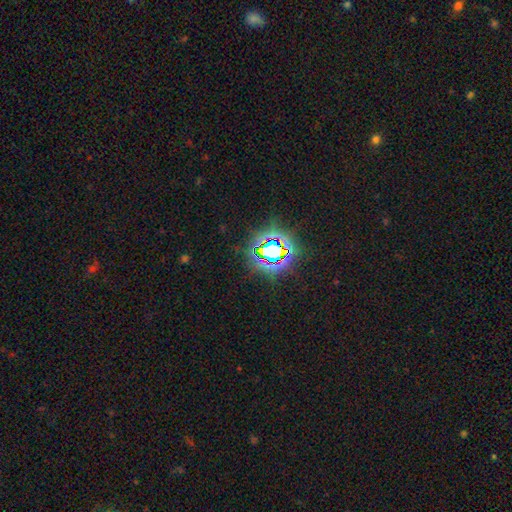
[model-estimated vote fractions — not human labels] star or artifact 77%, smooth 13%, featured or disk 10%.